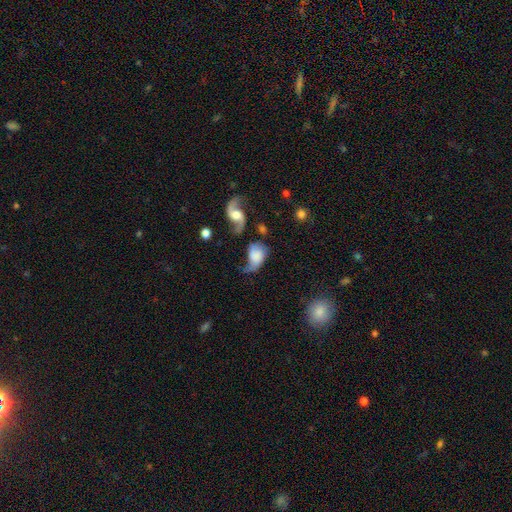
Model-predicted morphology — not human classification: The model was most divided on "merging": major disturbance: 32%, minor disturbance: 27%, none: 27%, merger: 14%. Remaining: smooth or featured — smooth (49%).